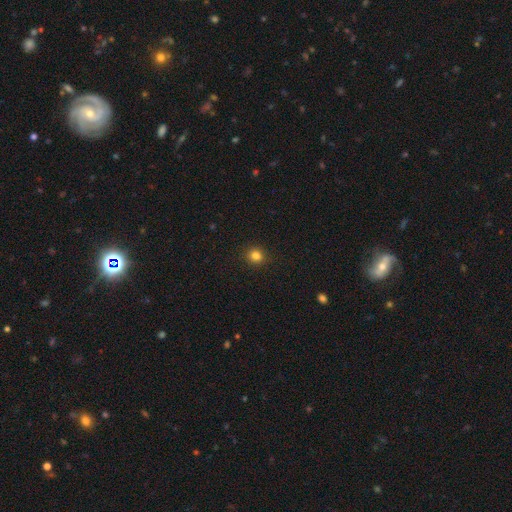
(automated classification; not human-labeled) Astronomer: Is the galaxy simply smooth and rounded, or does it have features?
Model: smooth — 83%.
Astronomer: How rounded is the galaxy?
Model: round — 86%.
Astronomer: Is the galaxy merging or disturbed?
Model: none — 91%.